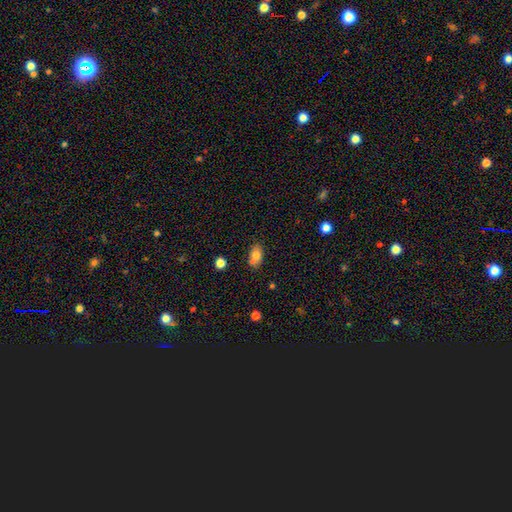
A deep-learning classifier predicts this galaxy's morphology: The model was most divided on "merging": none: 59%, merger: 21%, minor disturbance: 16%, major disturbance: 4%. More confident: how rounded — in between (83%); smooth or featured — smooth (77%).